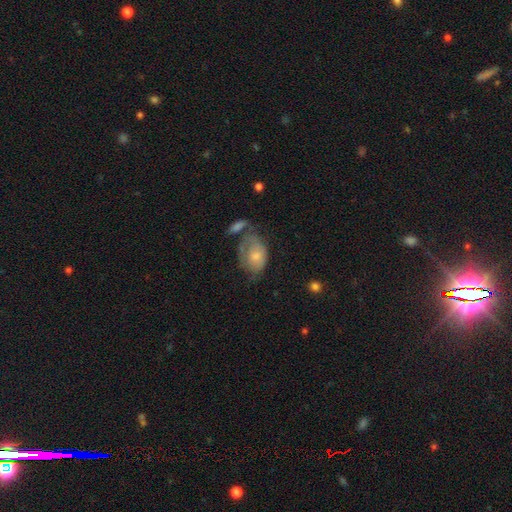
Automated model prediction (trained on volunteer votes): Morphology: type=smooth (57%); roundness=in between (80%); merging=major disturbance (30%).